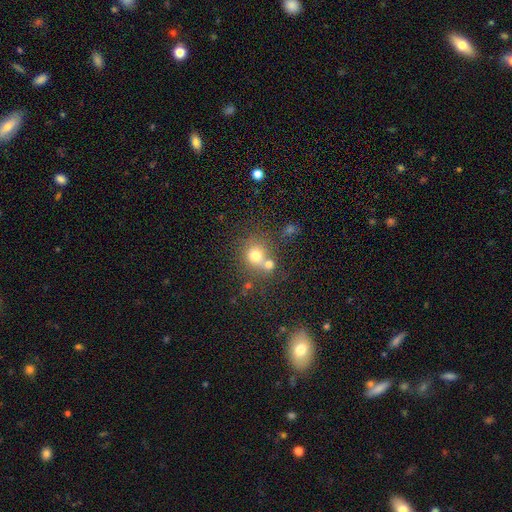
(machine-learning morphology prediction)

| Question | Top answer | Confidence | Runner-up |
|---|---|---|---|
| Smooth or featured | smooth | 72% | star or artifact (15%) |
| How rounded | round | 83% | in between (16%) |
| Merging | none | 47% | merger (40%) |